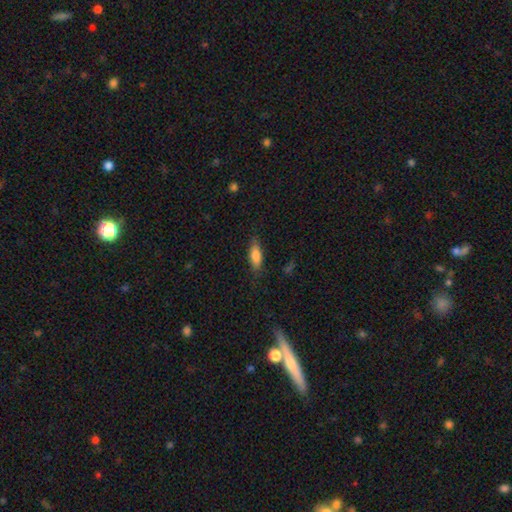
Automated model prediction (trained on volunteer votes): Smooth or featured? smooth (80%)
How rounded? in between (65%)
Merging? none (79%)